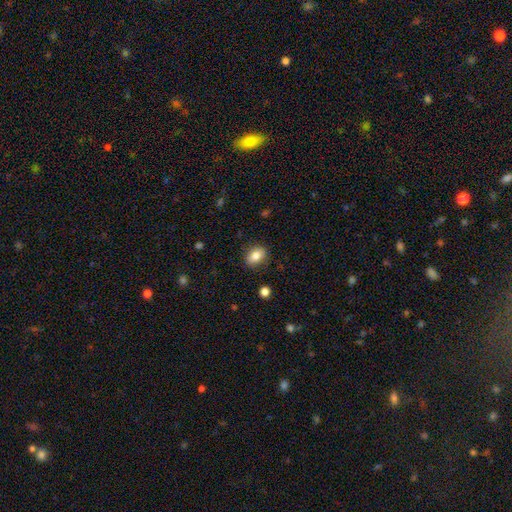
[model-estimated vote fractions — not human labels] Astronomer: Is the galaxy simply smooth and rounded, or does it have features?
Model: smooth — 82%.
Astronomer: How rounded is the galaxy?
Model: in between — 72%.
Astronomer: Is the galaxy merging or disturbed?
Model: none — 86%.